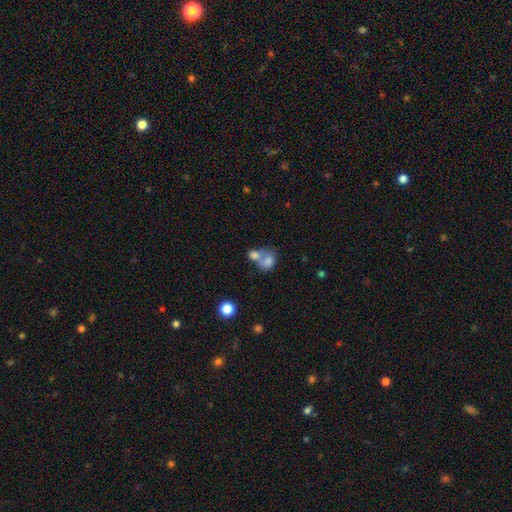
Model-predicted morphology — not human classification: Overall: smooth (73%). How rounded: in between (51%; round 48%). Merging: merger (68%).